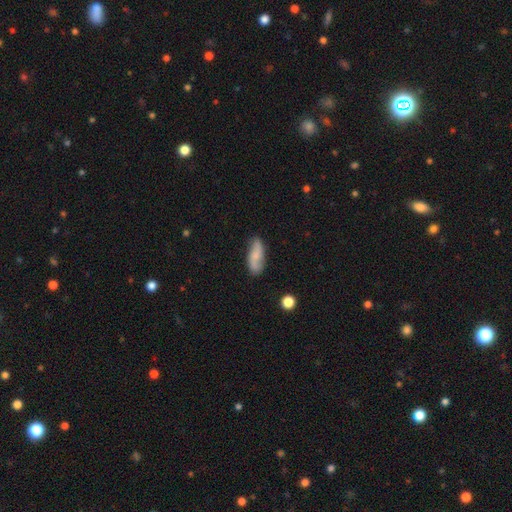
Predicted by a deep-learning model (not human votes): smooth_or_featured: smooth (p=0.55) [alt: featured or disk p=0.38]
how_rounded: in between (p=0.71) [alt: cigar-shaped p=0.26]
merging: none (p=0.75) [alt: minor disturbance p=0.19]